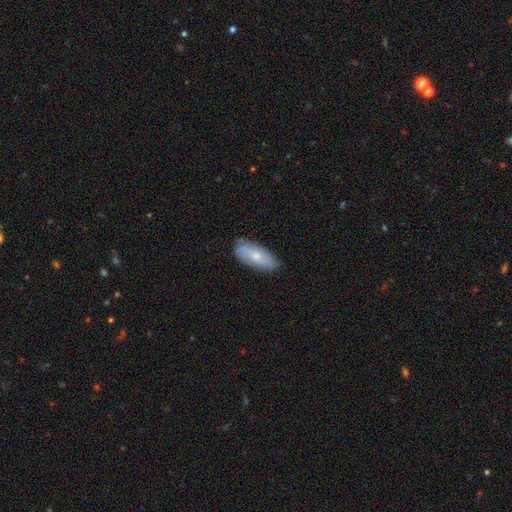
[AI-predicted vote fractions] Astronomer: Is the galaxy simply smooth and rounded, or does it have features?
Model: smooth — 63%.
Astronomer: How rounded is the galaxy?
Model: in between — 82%.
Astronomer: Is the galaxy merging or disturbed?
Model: none — 79%.